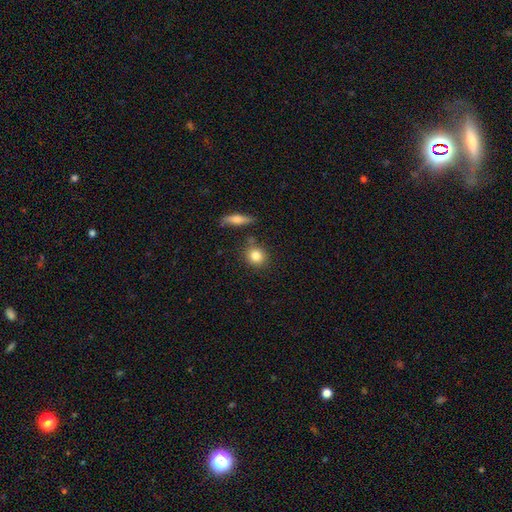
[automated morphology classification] smooth 83%, star or artifact 9%, featured or disk 9%. Down the decision tree: how rounded — round (83%); merging — none (79%).